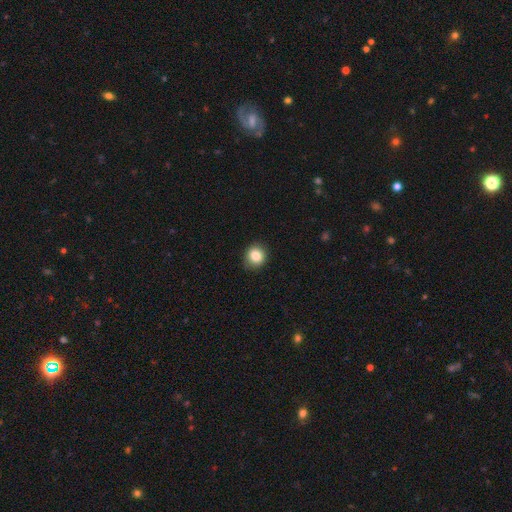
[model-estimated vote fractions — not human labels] This is clearly a smooth galaxy (84%). How rounded: clearly round (82%). Merging: clearly none (85%).